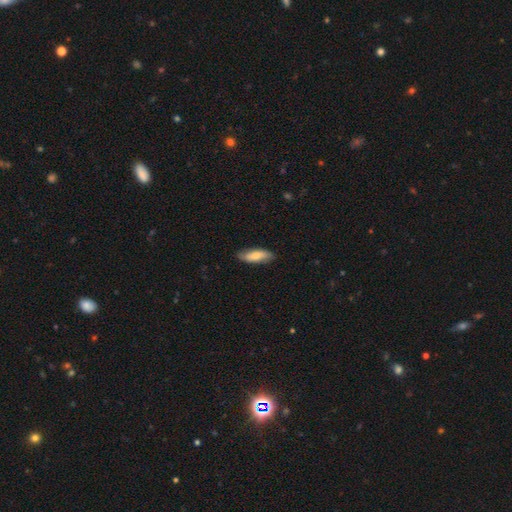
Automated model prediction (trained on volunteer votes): A smooth galaxy with no disk features (72%) that is in between round and cigar-shaped (57%). Merging: none (84%).